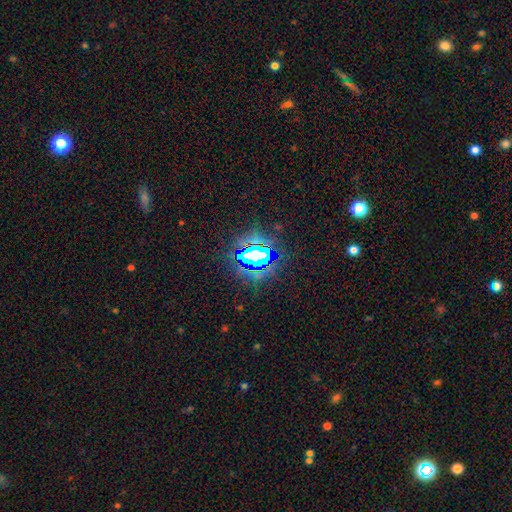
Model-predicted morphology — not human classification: type=star or artifact (73%).